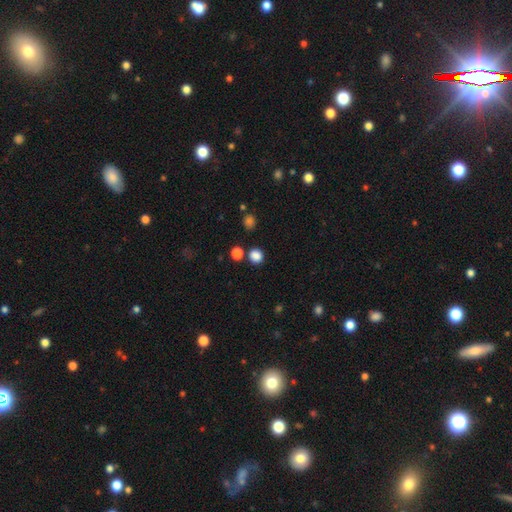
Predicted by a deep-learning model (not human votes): Smooth or featured? Predicted: smooth (p=0.84). How rounded? Predicted: round (p=0.86). Merging? Predicted: none (p=0.82).